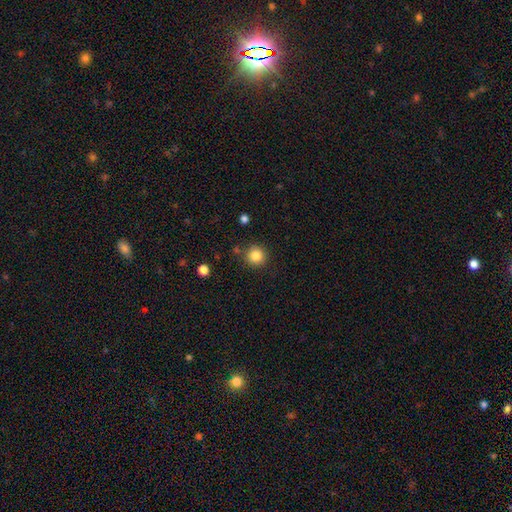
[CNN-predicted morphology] Overall: smooth (84%). How rounded: round (94%). Merging: none (85%).